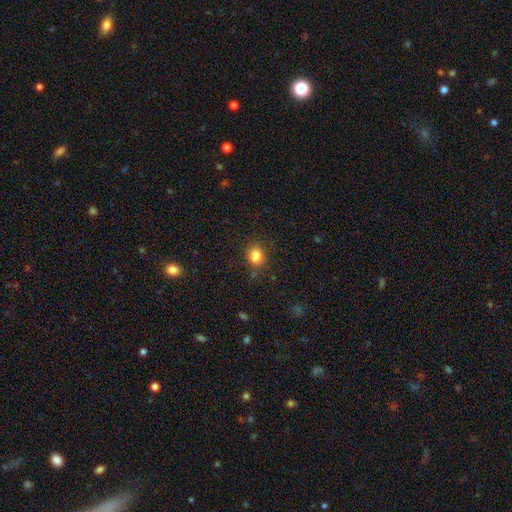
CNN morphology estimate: This appears to be a smooth galaxy with no disk features (83%) that is round (59%). Merging: none (80%).